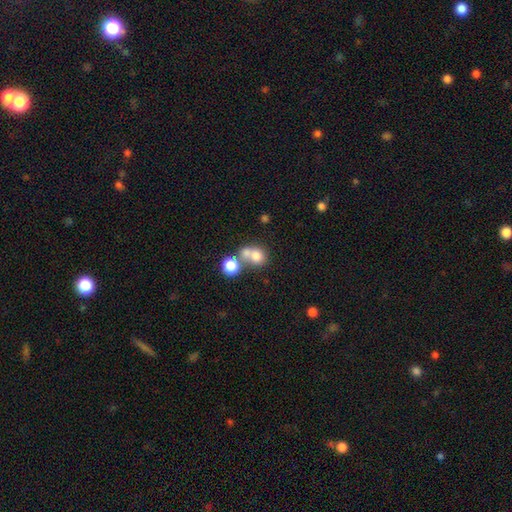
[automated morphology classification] Smooth or featured? smooth (75%)
How rounded? round (73%)
Merging? merger (53%)